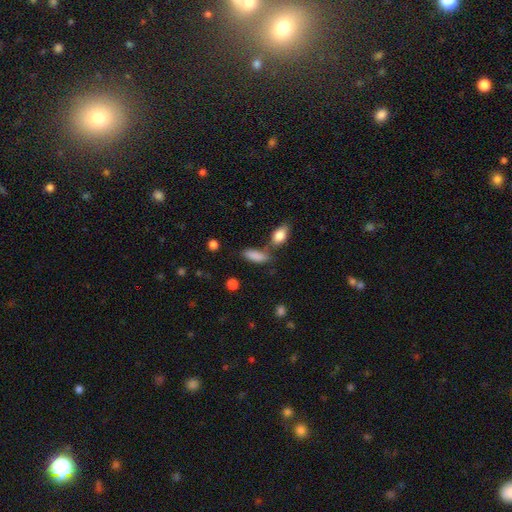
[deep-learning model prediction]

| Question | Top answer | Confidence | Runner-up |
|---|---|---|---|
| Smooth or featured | smooth | 86% | star or artifact (8%) |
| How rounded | in between | 64% | cigar-shaped (33%) |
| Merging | none | 64% | merger (16%) |